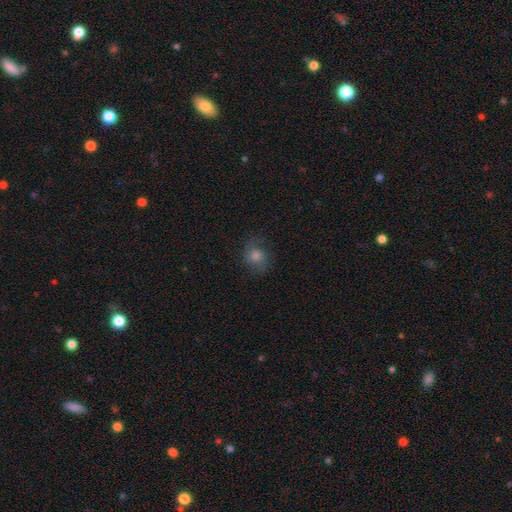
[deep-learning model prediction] smooth 42%, featured or disk 41%, star or artifact 17%. Down the decision tree: merging — none (73%).